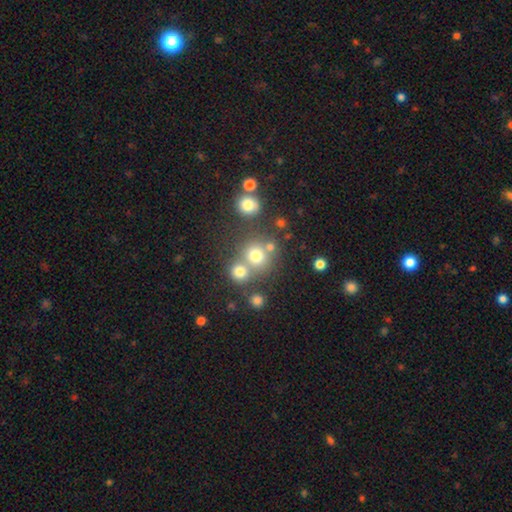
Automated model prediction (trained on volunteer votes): This is likely a smooth galaxy (73%). How rounded: clearly round (89%). Merging: likely none (60%).